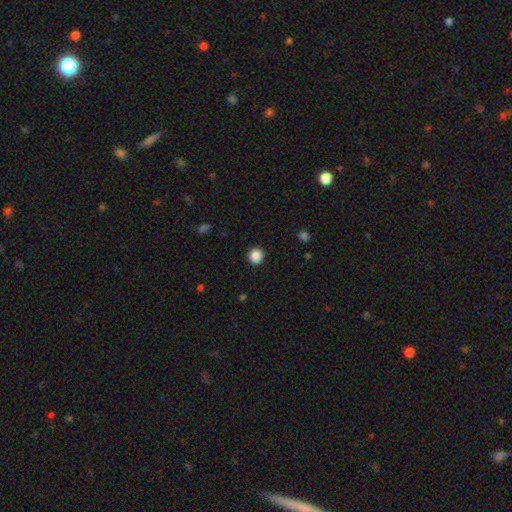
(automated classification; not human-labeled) Morphology: type=smooth (87%); roundness=round (95%); merging=none (93%).